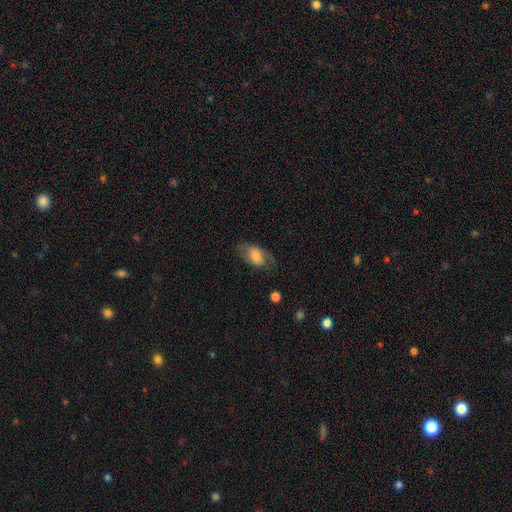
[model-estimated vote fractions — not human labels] Smooth or featured? smooth (64%)
How rounded? in between (91%)
Merging? none (64%)